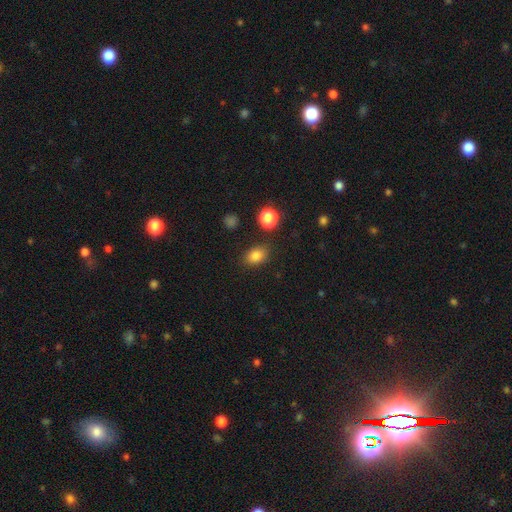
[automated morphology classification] type=smooth (82%); roundness=in between (67%); merging=none (82%).